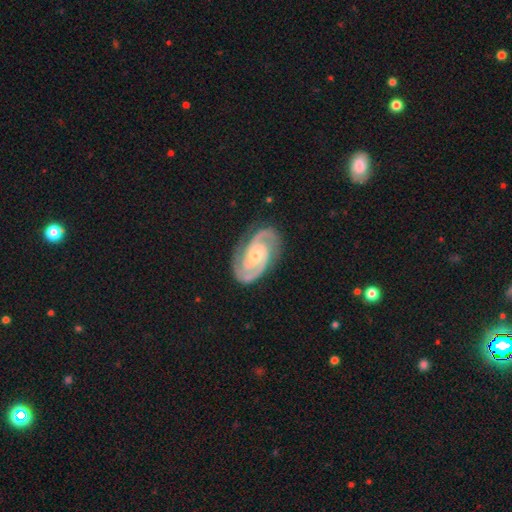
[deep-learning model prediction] This is clearly a featured or disk galaxy (92%). It is clearly not viewed edge-on (97%). Bar: likely no (65%). Spiral arm pattern: clearly yes (99%). Spiral arm count: clearly 2 (86%). Spiral winding: possibly tight (59%). Central bulge: possibly small (48%). Merging: clearly none (83%).